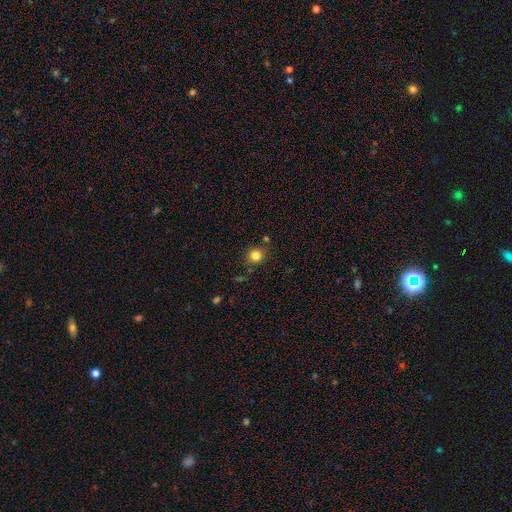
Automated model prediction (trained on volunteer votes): The model was most divided on "smooth or featured": smooth: 82%, star or artifact: 13%, featured or disk: 5%. More confident: how rounded — round (90%); merging — none (83%).